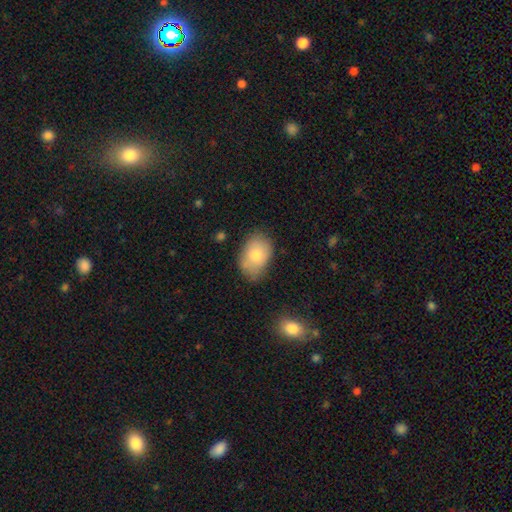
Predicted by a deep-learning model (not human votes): Smooth or featured: smooth — 79% (featured or disk — 14%)
How rounded: in between — 85% (round — 14%)
Merging: none — 70% (minor disturbance — 23%)